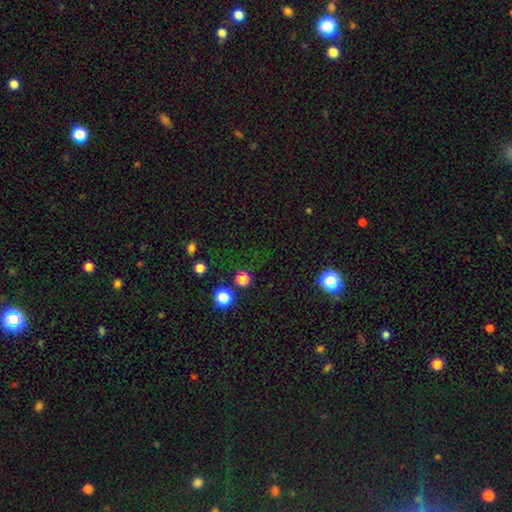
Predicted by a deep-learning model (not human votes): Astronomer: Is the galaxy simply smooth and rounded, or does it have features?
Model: star or artifact — 62%.